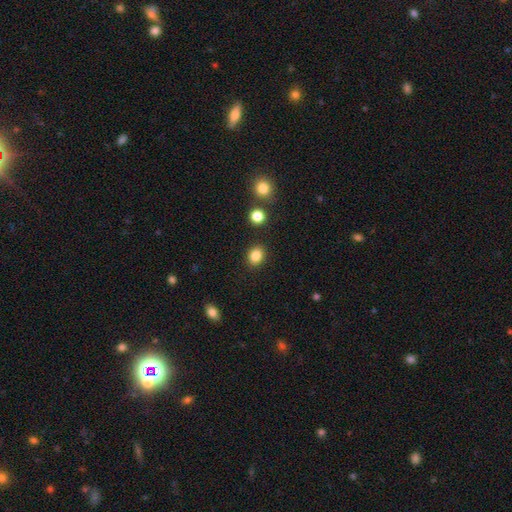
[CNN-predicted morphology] The model was most divided on "how rounded": round: 53%, in between: 46%, cigar-shaped: 1%. More confident: merging — none (88%); smooth or featured — smooth (85%).